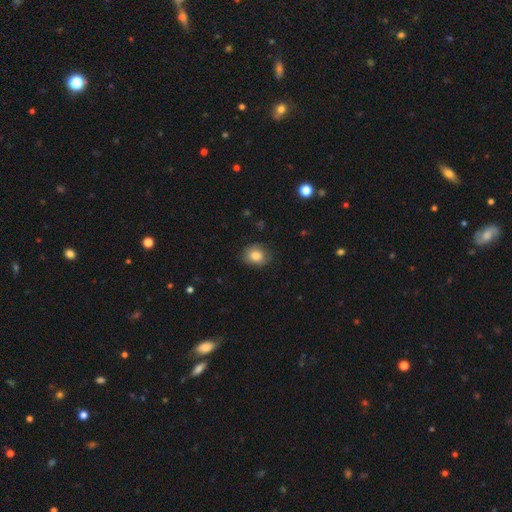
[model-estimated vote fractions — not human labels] A smooth galaxy with no disk features (83%) that is round (60%).

Vote fractions:
- Smooth or featured? smooth: 83% / featured or disk: 8% / star or artifact: 8%
- How rounded? round: 60% / in between: 40% / cigar-shaped: 1%
- Merging? none: 78% / minor disturbance: 17% / major disturbance: 4% / merger: 1%